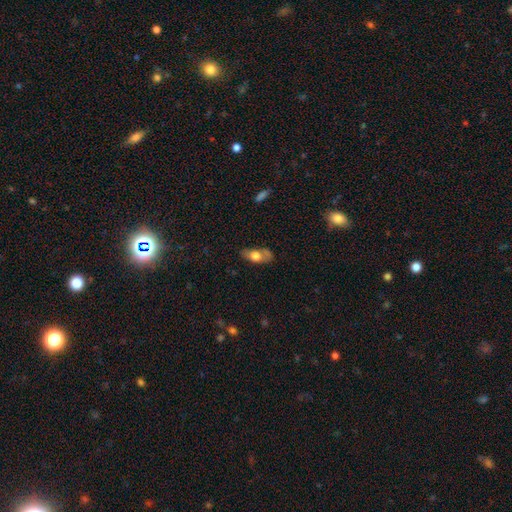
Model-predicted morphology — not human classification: smooth-or-featured: smooth: 65% | featured or disk: 29% | star or artifact: 7%
  how-rounded: in between: 84% | cigar-shaped: 10% | round: 6%
  merging: none: 59% | minor disturbance: 26% | major disturbance: 9% | merger: 5%